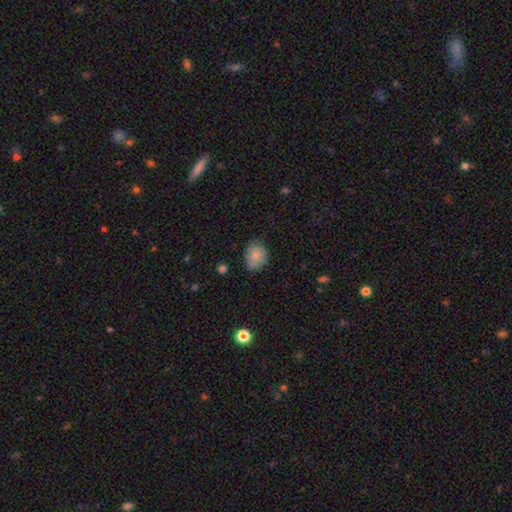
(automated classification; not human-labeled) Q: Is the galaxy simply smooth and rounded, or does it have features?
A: smooth — 79%.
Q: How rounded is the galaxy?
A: in between — 62%.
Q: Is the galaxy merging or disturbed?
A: none — 71%.